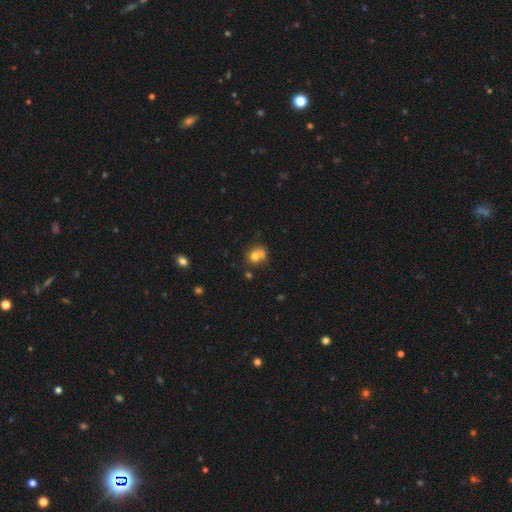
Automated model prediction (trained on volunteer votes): smooth 72%, featured or disk 16%, star or artifact 12%. Down the decision tree: how rounded — round (70%); merging — merger (47%).